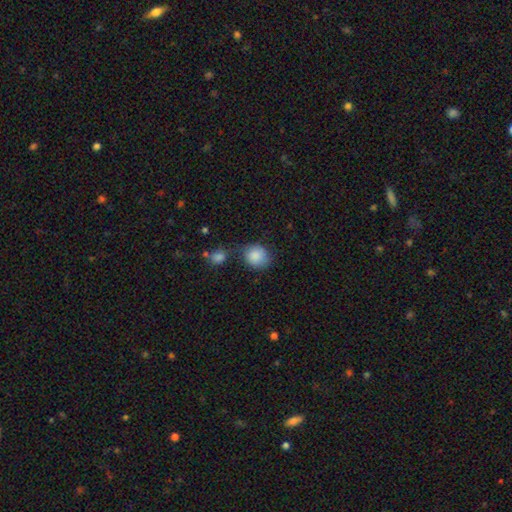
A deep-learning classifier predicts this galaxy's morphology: Q: Smooth or featured?
A: smooth (87%); runner-up: star or artifact (7%)
Q: How rounded?
A: round (77%); runner-up: in between (22%)
Q: Merging?
A: none (58%); runner-up: minor disturbance (21%)